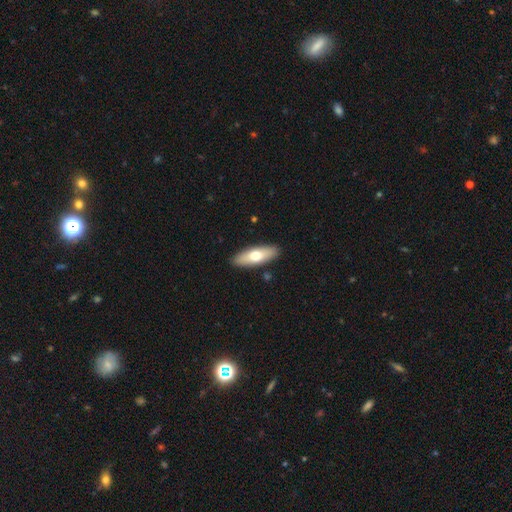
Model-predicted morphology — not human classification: smooth 65%, featured or disk 29%, star or artifact 5%. Down the decision tree: how rounded — in between (60%); merging — none (89%).